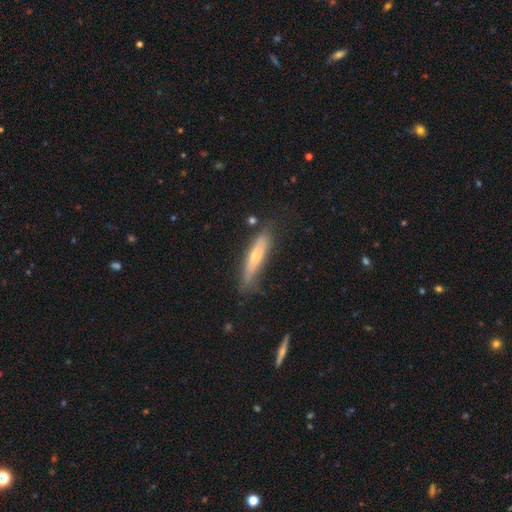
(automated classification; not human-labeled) A smooth galaxy with no disk features (55%) that is cigar-shaped (83%).

Vote fractions:
- Smooth or featured? smooth: 55% / featured or disk: 39% / star or artifact: 7%
- How rounded? cigar-shaped: 83% / in between: 16% / round: 2%
- Merging? none: 66% / minor disturbance: 24% / major disturbance: 7% / merger: 3%